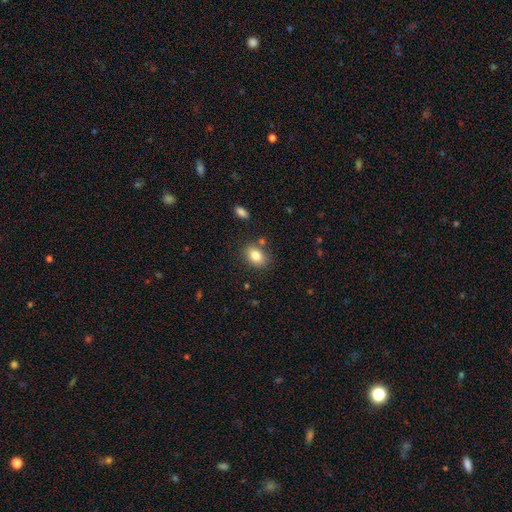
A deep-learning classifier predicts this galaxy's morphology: Overall: smooth (82%). How rounded: in between (76%). Merging: none (79%).